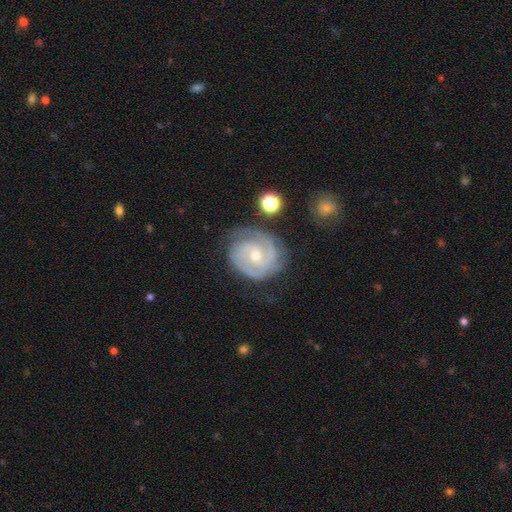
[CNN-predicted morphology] This appears to be a featured or disk galaxy (87%) with no bar (61%), 2 (53%) tight (67%) spiral arms (97%) and a small central bulge (55%). Merging: none (71%).